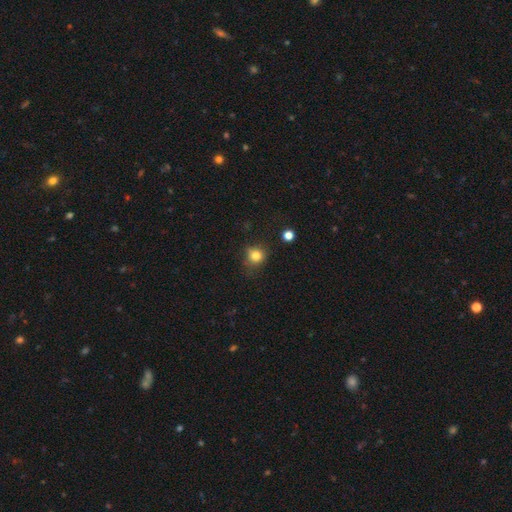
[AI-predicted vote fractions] The model was most divided on "merging": none: 70%, minor disturbance: 21%, major disturbance: 6%, merger: 2%. More confident: how rounded — round (82%); smooth or featured — smooth (81%).